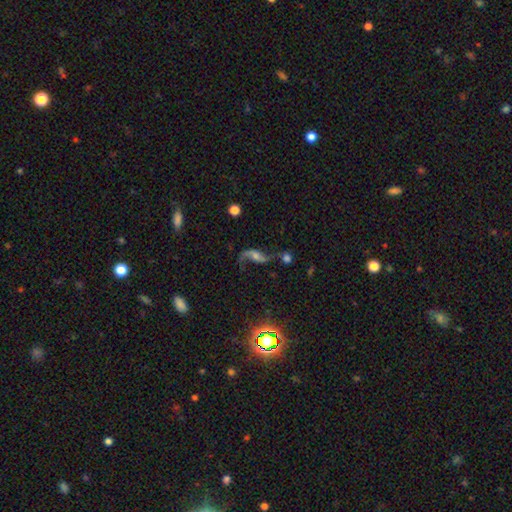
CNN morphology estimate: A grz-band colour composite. It shows a featured or disk galaxy (76%) with no bar (49%), 2 (86%) loose (90%) spiral arms (91%) and a small central bulge (39%). Merging: none (48%).